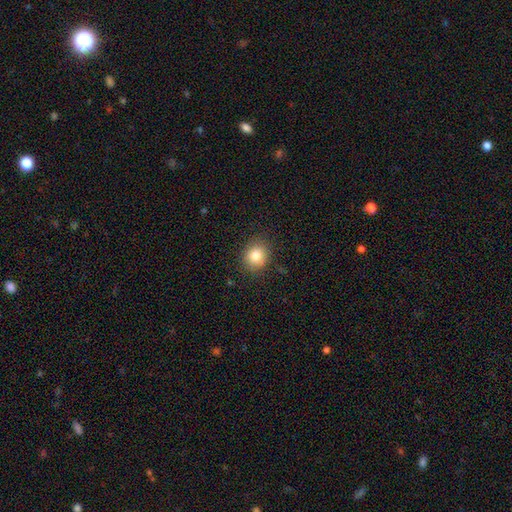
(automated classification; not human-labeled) Overall: smooth (82%). How rounded: round (72%). Merging: none (85%).